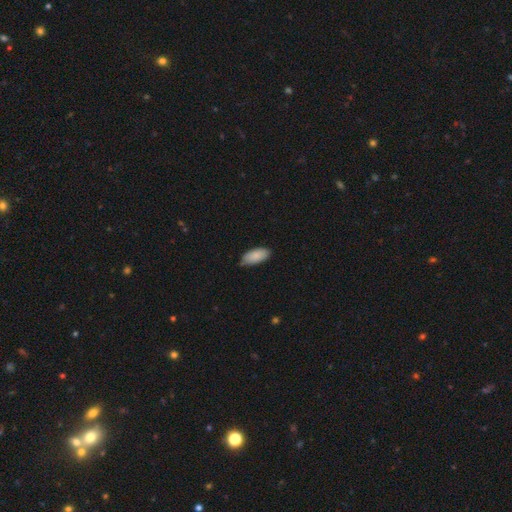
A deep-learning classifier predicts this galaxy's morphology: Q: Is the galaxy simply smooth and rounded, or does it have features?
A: smooth — 88%.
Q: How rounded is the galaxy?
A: in between — 90%.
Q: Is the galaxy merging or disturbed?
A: none — 71%.